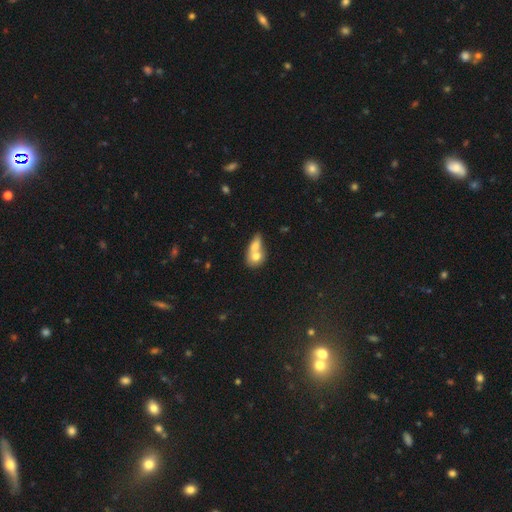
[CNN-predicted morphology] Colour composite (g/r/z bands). It shows a smooth galaxy with no disk features (70%) that is in between round and cigar-shaped (52%). Merging: merger (74%).